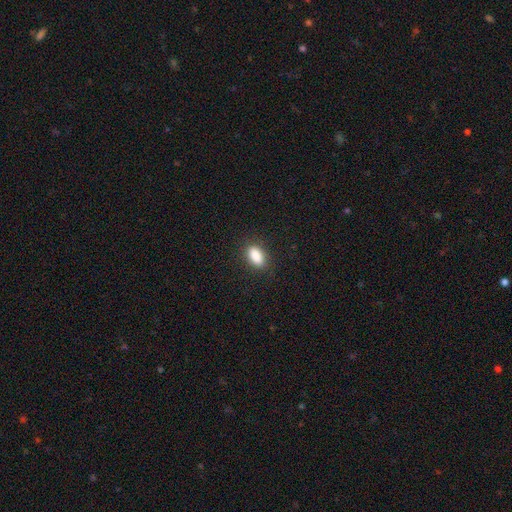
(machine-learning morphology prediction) smooth_or_featured: smooth (p=0.88) [alt: star or artifact p=0.08]
how_rounded: in between (p=0.89) [alt: round p=0.06]
merging: none (p=0.86) [alt: minor disturbance p=0.10]